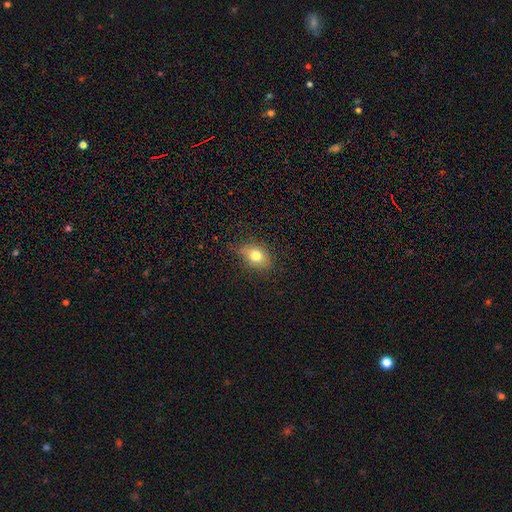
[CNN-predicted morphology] Smooth or featured?
  - smooth: 75% *
  - featured or disk: 14%
  - star or artifact: 11%
How rounded?
  - in between: 70% *
  - round: 28%
  - cigar-shaped: 2%
Merging?
  - none: 76% *
  - minor disturbance: 19%
  - major disturbance: 4%
  - merger: 1%